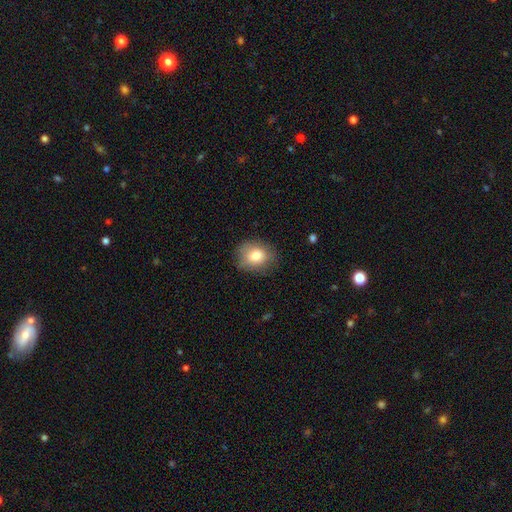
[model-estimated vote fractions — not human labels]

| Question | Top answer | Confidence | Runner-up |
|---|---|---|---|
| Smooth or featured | smooth | 80% | featured or disk (11%) |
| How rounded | round | 58% | in between (41%) |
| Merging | none | 78% | minor disturbance (16%) |